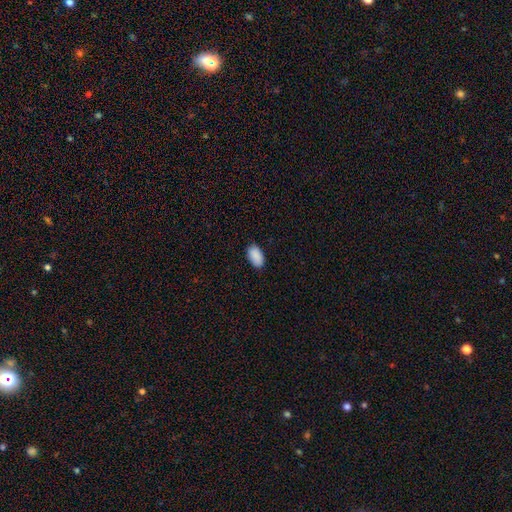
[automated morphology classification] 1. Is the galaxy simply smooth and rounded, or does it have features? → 90% smooth, 7% star or artifact, 3% featured or disk.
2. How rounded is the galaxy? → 95% in between, 4% round, 1% cigar-shaped.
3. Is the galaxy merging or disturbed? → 86% none, 11% minor disturbance, 2% major disturbance, 1% merger.